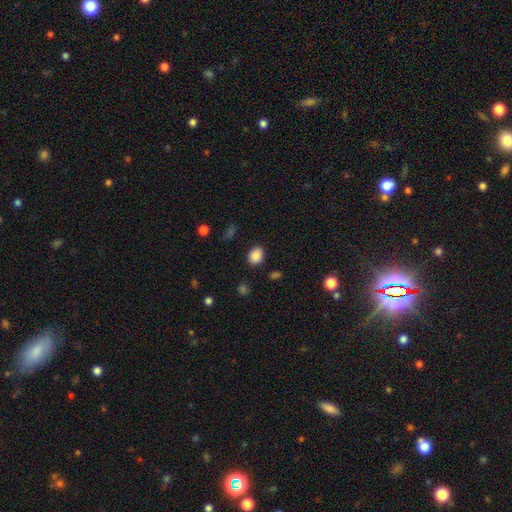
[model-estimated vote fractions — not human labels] A smooth galaxy with no disk features (87%) that is in between round and cigar-shaped (57%). Merging: none (86%).